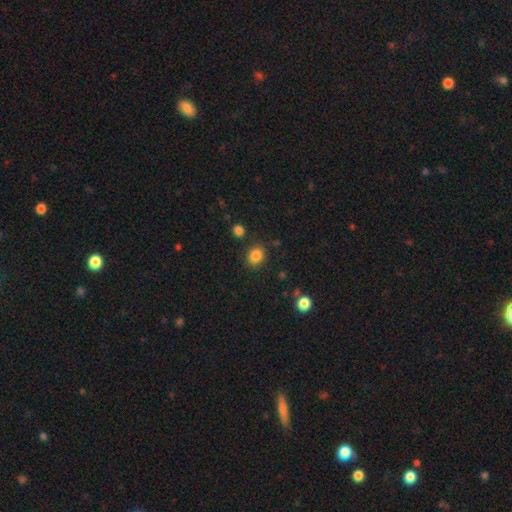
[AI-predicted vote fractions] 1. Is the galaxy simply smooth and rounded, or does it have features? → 85% smooth, 11% star or artifact, 5% featured or disk.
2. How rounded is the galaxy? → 58% round, 41% in between, 1% cigar-shaped.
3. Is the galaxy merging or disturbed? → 86% none, 9% minor disturbance, 3% merger, 3% major disturbance.